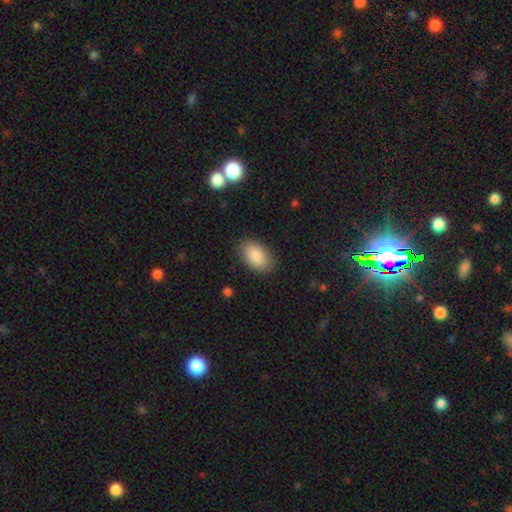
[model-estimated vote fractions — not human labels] Smooth or featured? smooth (85%)
How rounded? in between (93%)
Merging? none (86%)